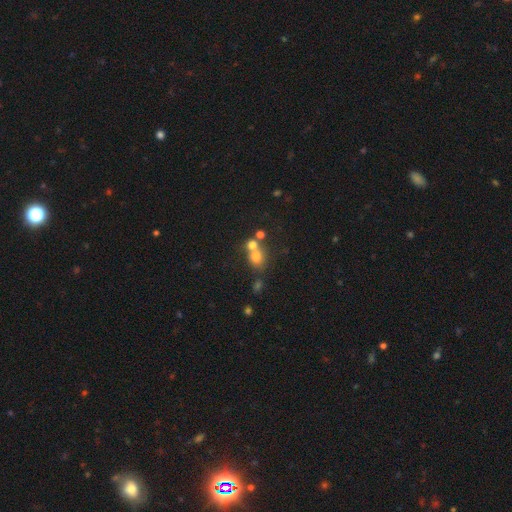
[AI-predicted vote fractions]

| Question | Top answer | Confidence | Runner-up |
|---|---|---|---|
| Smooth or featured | smooth | 70% | star or artifact (15%) |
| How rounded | round | 74% | in between (25%) |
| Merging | merger | 49% | none (38%) |